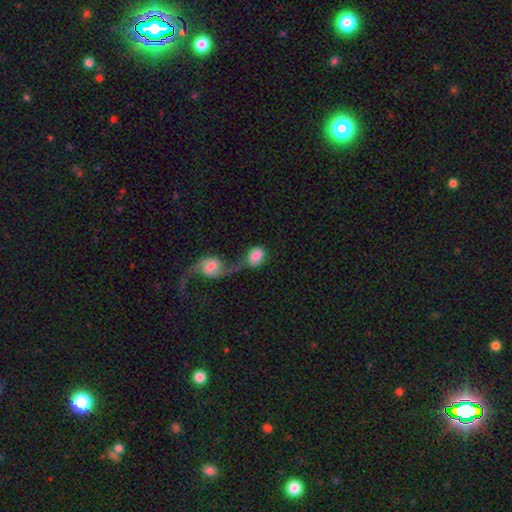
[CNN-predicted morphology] A smooth galaxy with no disk features (70%) that is in between round and cigar-shaped (66%). Merging: merger (60%).